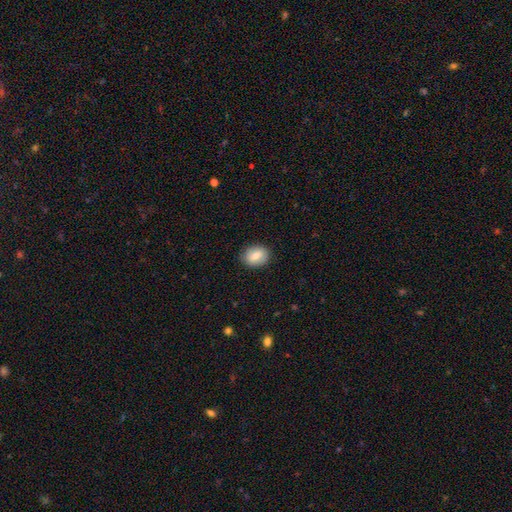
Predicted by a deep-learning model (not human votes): Overall: smooth (72%). How rounded: in between (59%; round 40%). Merging: none (86%).